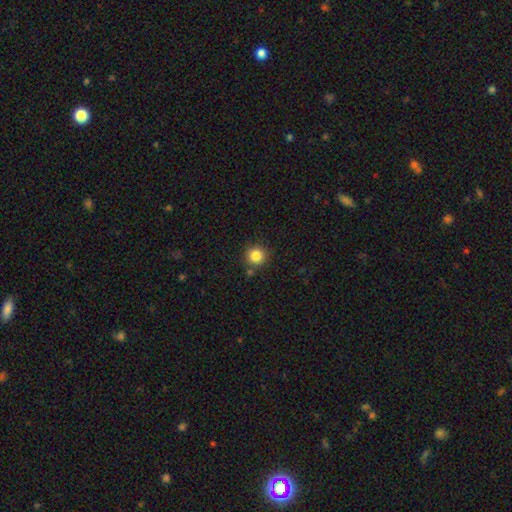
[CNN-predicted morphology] Overall: smooth (84%). How rounded: round (95%). Merging: none (85%).